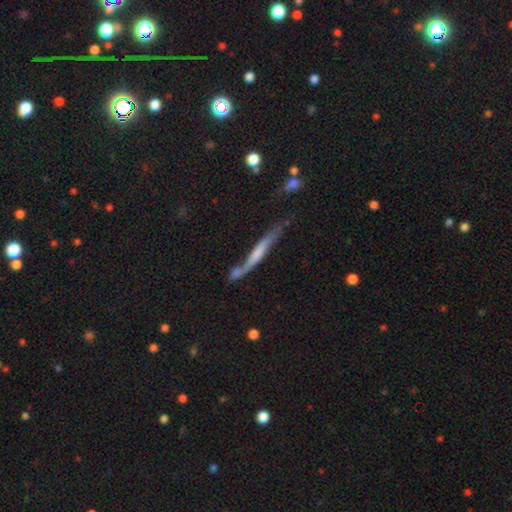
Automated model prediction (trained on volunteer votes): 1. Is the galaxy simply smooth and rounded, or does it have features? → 55% featured or disk, 37% smooth, 9% star or artifact.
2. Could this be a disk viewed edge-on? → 83% yes, 17% no.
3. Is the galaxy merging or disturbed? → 47% none, 22% minor disturbance, 19% merger, 12% major disturbance.